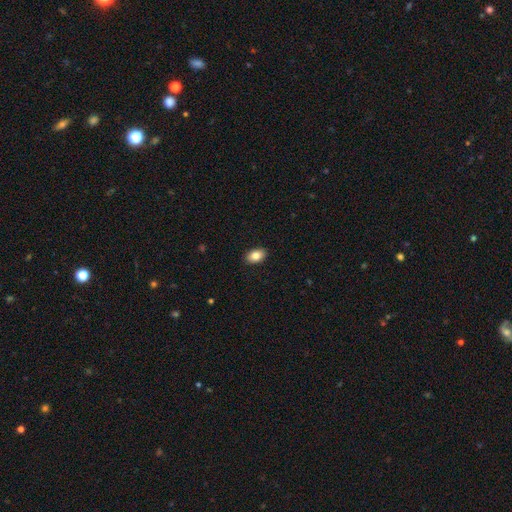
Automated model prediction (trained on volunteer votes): smooth-or-featured: smooth: 84% | featured or disk: 8% | star or artifact: 8%
  how-rounded: in between: 88% | round: 10% | cigar-shaped: 1%
  merging: none: 90% | minor disturbance: 8% | major disturbance: 2% | merger: 1%